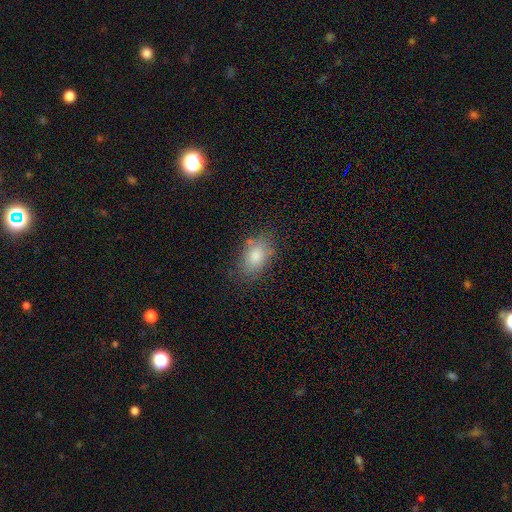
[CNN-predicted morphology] Q: Smooth or featured?
A: smooth (82%); runner-up: featured or disk (10%)
Q: How rounded?
A: in between (87%); runner-up: round (11%)
Q: Merging?
A: none (73%); runner-up: minor disturbance (19%)